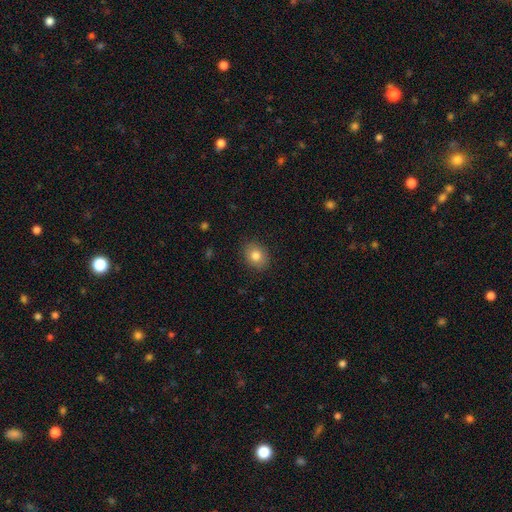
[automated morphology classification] Q: Smooth or featured?
A: smooth (81%); runner-up: star or artifact (10%)
Q: How rounded?
A: round (51%); runner-up: in between (49%)
Q: Merging?
A: none (88%); runner-up: minor disturbance (9%)